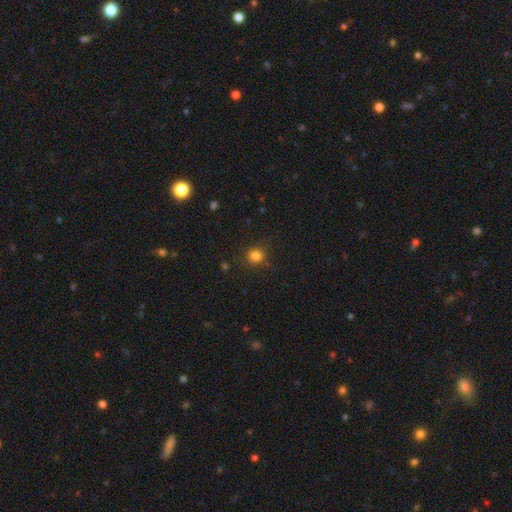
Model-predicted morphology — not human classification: A smooth galaxy with no disk features (83%) that is round (87%). Merging: none (85%).